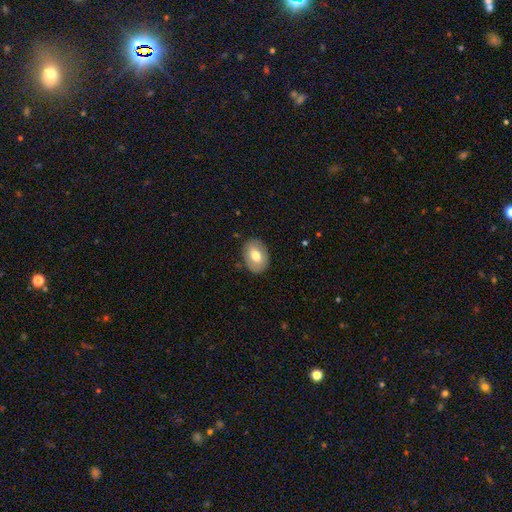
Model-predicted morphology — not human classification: This is likely a smooth galaxy (70%). How rounded: likely in between (74%). Merging: clearly none (86%).